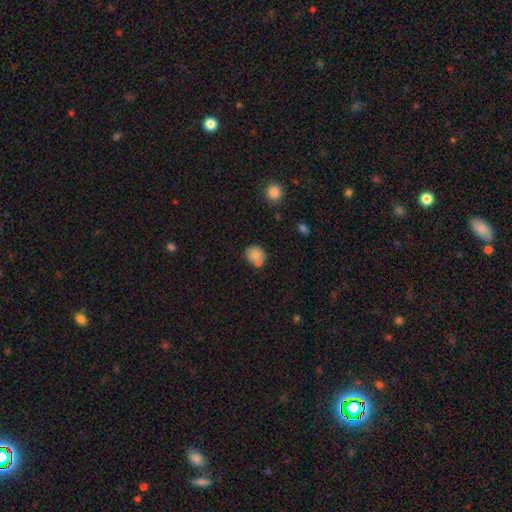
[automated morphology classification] Smooth or featured? Predicted: smooth (p=0.80). How rounded? Predicted: round (p=0.72). Merging? Predicted: none (p=0.58).